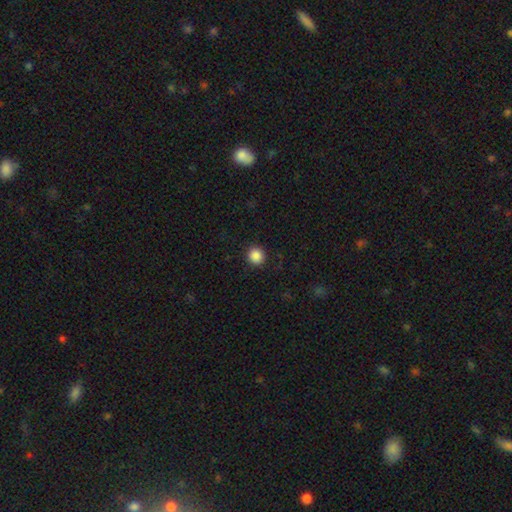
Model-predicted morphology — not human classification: smooth_or_featured: smooth (p=0.88) [alt: star or artifact p=0.10]
how_rounded: round (p=0.93) [alt: in between p=0.06]
merging: none (p=0.92) [alt: minor disturbance p=0.05]